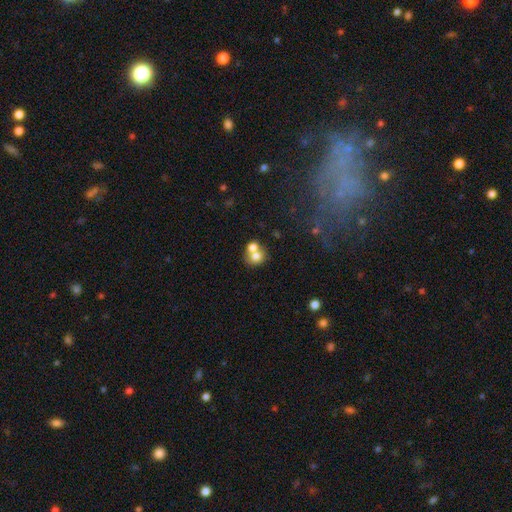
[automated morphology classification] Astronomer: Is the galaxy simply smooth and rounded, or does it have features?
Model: smooth — 72%.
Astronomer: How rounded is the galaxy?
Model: round — 75%.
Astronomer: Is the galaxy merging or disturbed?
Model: merger — 53% (runner-up: none, 36%).